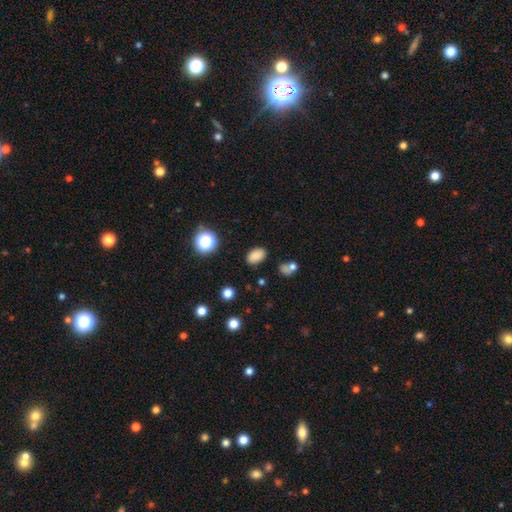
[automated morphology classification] Q: Smooth or featured?
A: smooth (82%); runner-up: star or artifact (13%)
Q: How rounded?
A: in between (86%); runner-up: round (12%)
Q: Merging?
A: none (84%); runner-up: minor disturbance (10%)